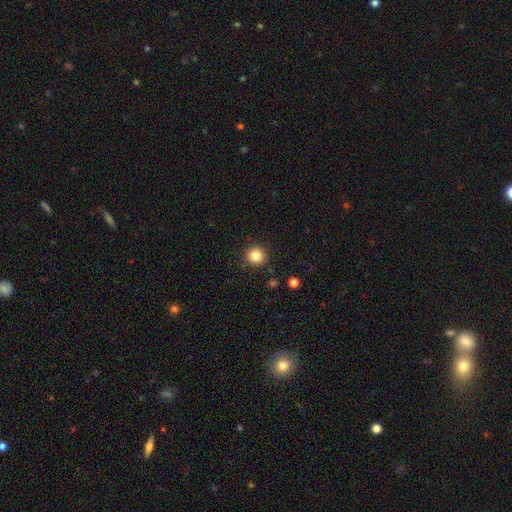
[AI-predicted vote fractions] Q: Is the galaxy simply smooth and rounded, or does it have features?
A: smooth — 84%.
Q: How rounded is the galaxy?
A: round — 94%.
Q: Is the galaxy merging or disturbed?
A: none — 91%.